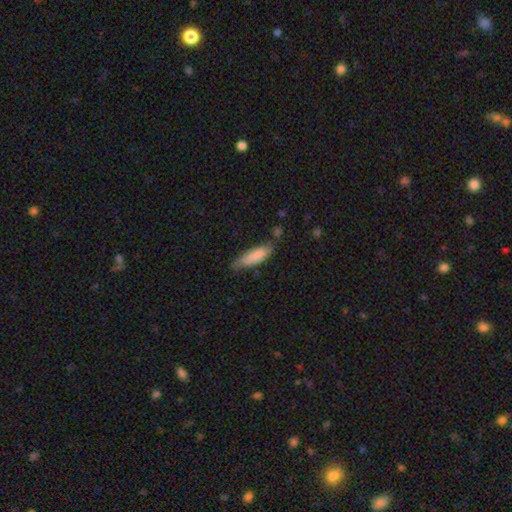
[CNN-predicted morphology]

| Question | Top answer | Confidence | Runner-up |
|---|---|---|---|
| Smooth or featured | smooth | 83% | featured or disk (11%) |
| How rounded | cigar-shaped | 52% | in between (47%) |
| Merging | none | 56% | minor disturbance (33%) |